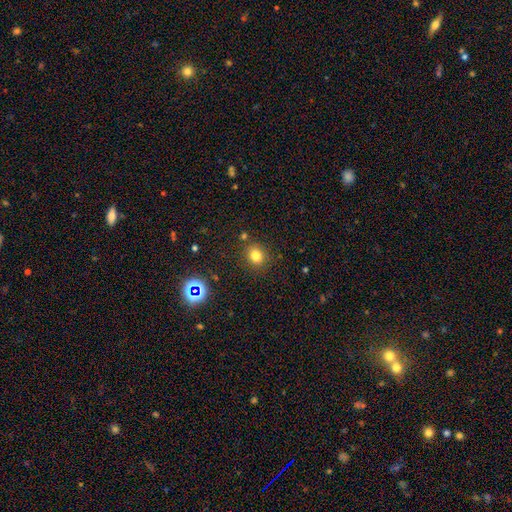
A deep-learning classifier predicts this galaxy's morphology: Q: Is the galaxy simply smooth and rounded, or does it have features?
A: smooth — 77%.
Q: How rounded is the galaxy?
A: round — 70%.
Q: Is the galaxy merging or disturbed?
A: none — 83%.